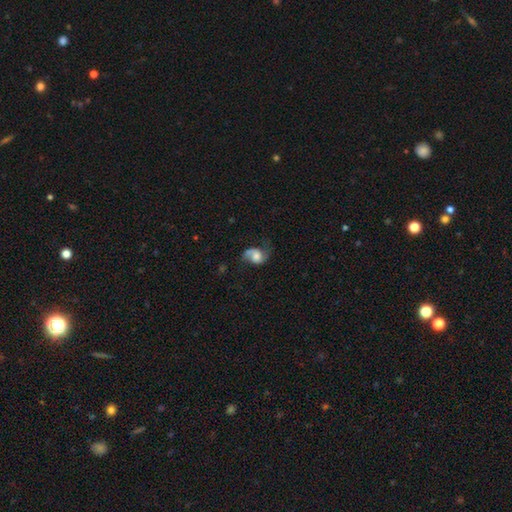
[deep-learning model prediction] Q: Smooth or featured?
A: featured or disk (60%); runner-up: smooth (31%)
Q: Edge-on disk?
A: no (97%); runner-up: yes (3%)
Q: Bar?
A: no (66%); runner-up: weak (28%)
Q: Spiral arms?
A: yes (90%); runner-up: no (10%)
Q: Spiral winding?
A: loose (56%); runner-up: medium (34%)
Q: Spiral arm count?
A: 2 (64%); runner-up: 1 (30%)
Q: Bulge size?
A: moderate (42%); runner-up: large (24%)
Q: Merging?
A: none (46%); runner-up: major disturbance (25%)